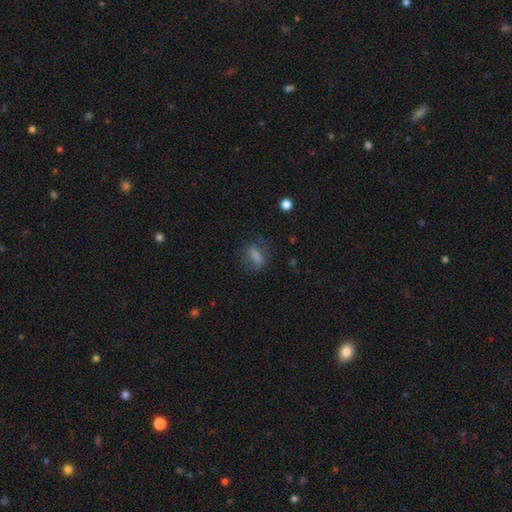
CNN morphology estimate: type=smooth (67%); roundness=in between (64%); merging=none (73%).